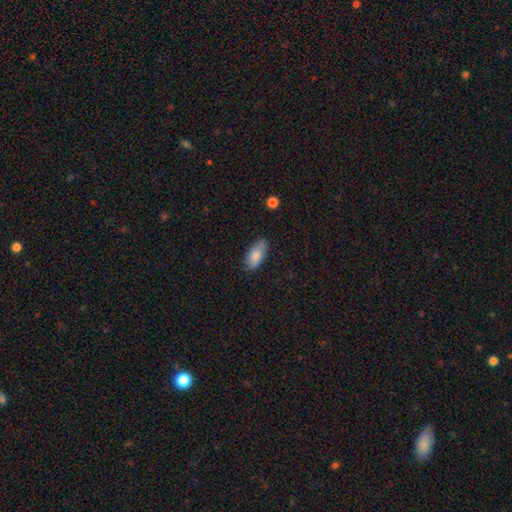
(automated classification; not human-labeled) Smooth or featured? smooth (84%)
How rounded? in between (90%)
Merging? none (75%)